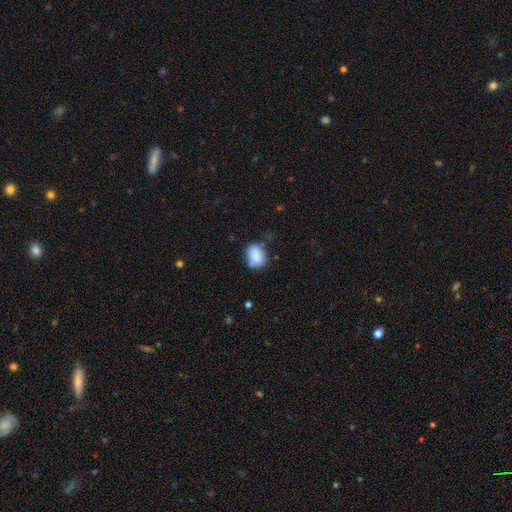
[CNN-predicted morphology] Q: Smooth or featured?
A: smooth (86%); runner-up: star or artifact (8%)
Q: How rounded?
A: in between (73%); runner-up: round (26%)
Q: Merging?
A: none (62%); runner-up: minor disturbance (25%)